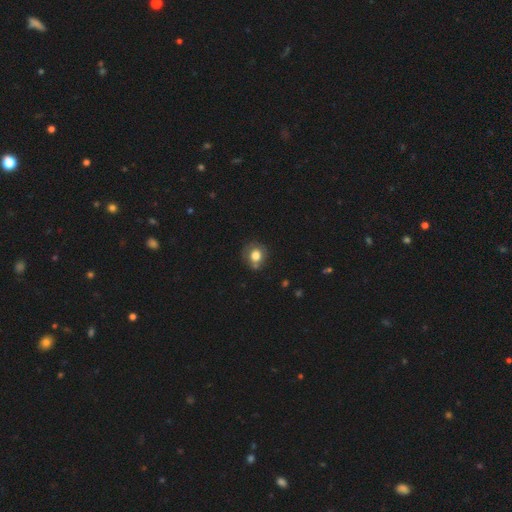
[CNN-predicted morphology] The model was most divided on "merging": none: 63%, minor disturbance: 21%, merger: 8%, major disturbance: 7%. More confident: how rounded — round (78%); smooth or featured — smooth (75%).